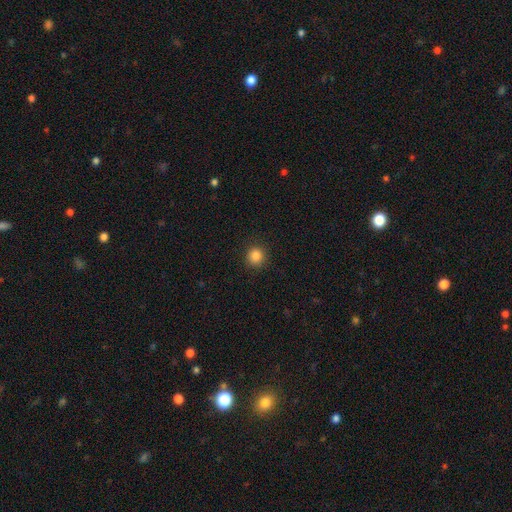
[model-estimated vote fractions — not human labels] Smooth or featured? Predicted: smooth (p=0.85). How rounded? Predicted: round (p=0.93). Merging? Predicted: none (p=0.91).